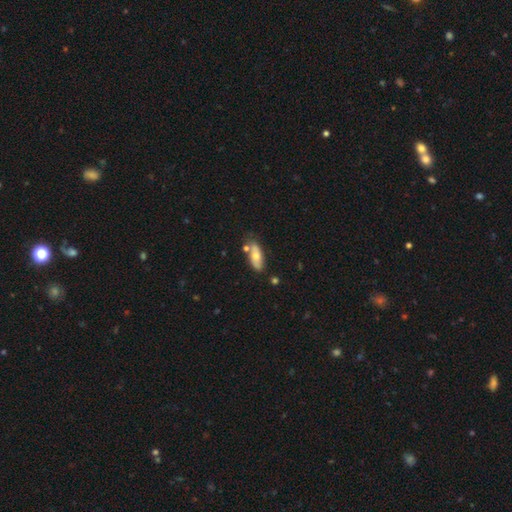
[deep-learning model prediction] Overall: smooth (62%; featured or disk 32%). How rounded: in between (75%). Merging: none (66%).